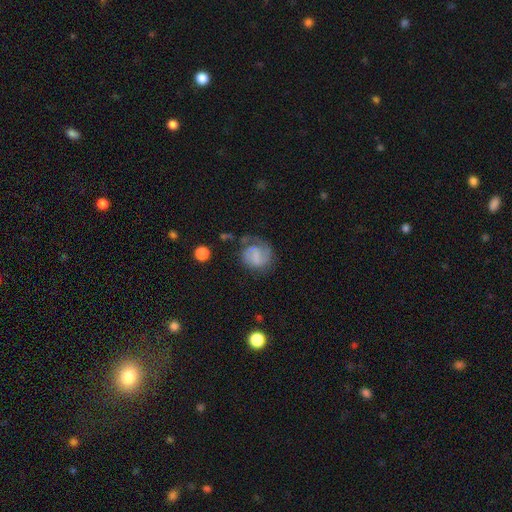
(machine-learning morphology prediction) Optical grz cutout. It shows a featured or disk galaxy (57%) with no bar (48%), spiral arms (86%) and no central bulge (58%). Merging: none (49%).